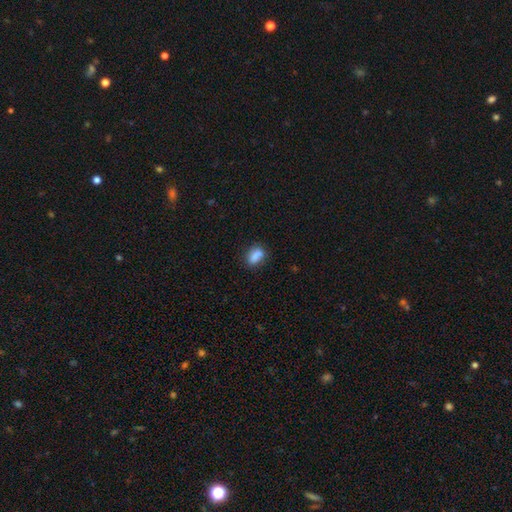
This is clearly a smooth galaxy (95%). How rounded: clearly in between (86%). Merging: likely none (72%).